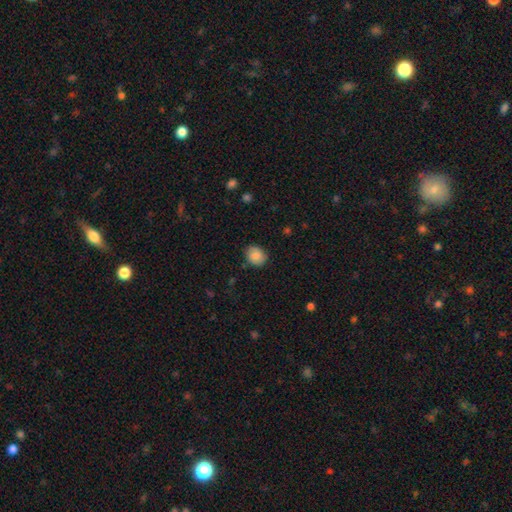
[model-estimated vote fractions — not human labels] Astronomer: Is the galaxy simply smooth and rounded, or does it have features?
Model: smooth — 86%.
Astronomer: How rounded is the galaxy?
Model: round — 60% (runner-up: in between, 39%).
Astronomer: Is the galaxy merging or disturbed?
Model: none — 81%.